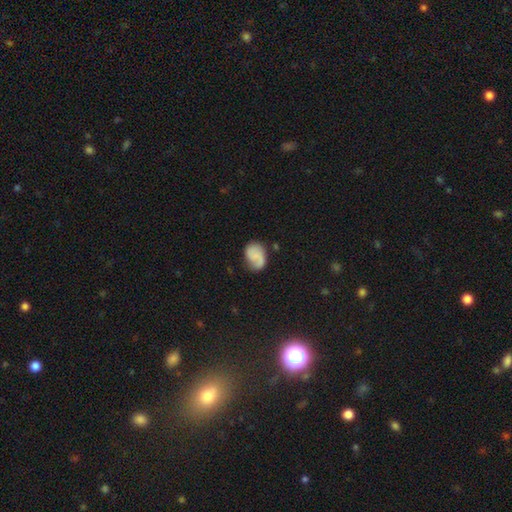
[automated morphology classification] This appears to be a smooth galaxy with no disk features (60%) that is in between round and cigar-shaped (68%). Merging: none (57%).